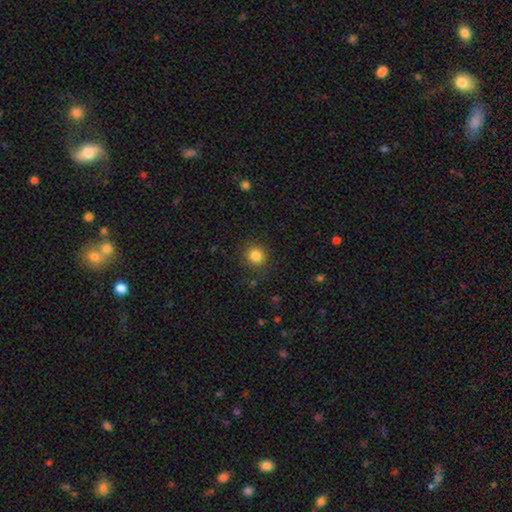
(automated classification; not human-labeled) This is clearly a smooth galaxy (84%). How rounded: clearly round (92%). Merging: clearly none (87%).